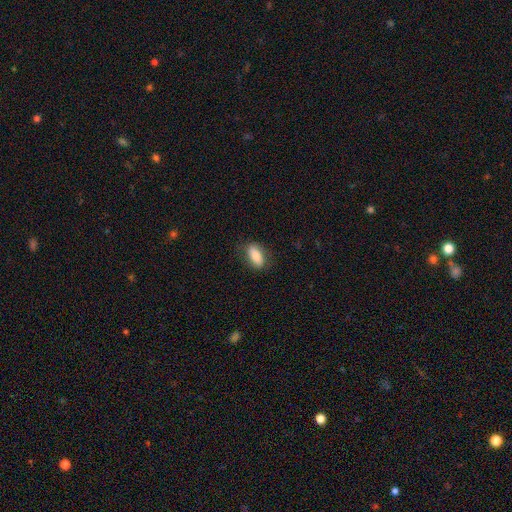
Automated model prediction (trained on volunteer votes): The model was most divided on "merging": none: 80%, minor disturbance: 15%, major disturbance: 4%, merger: 1%. More confident: how rounded — in between (85%); smooth or featured — smooth (80%).